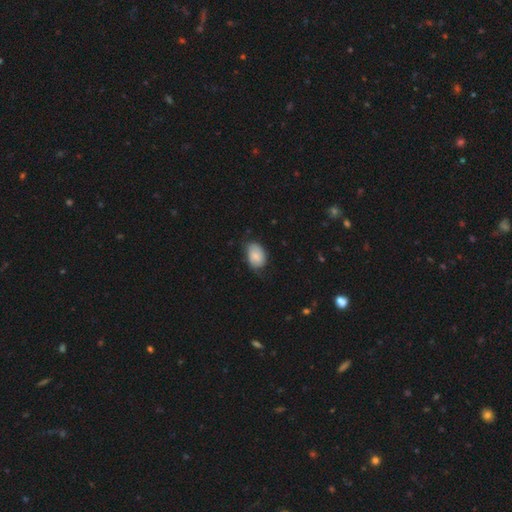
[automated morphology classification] This appears to be a smooth galaxy with no disk features (79%) that is in between round and cigar-shaped (82%). Merging: none (59%).